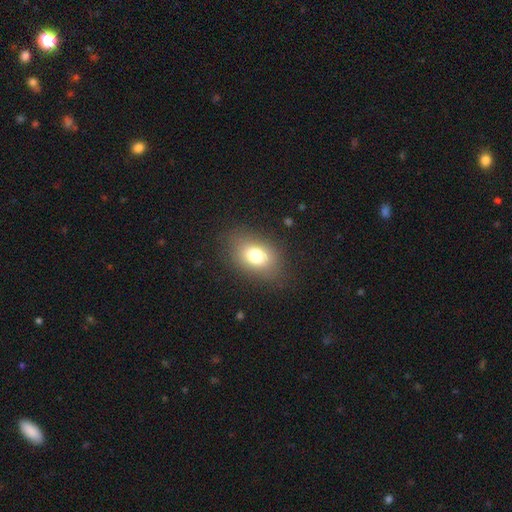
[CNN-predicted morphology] smooth_or_featured: smooth (p=0.77) [alt: featured or disk p=0.12]
how_rounded: in between (p=0.74) [alt: round p=0.25]
merging: none (p=0.82) [alt: minor disturbance p=0.12]